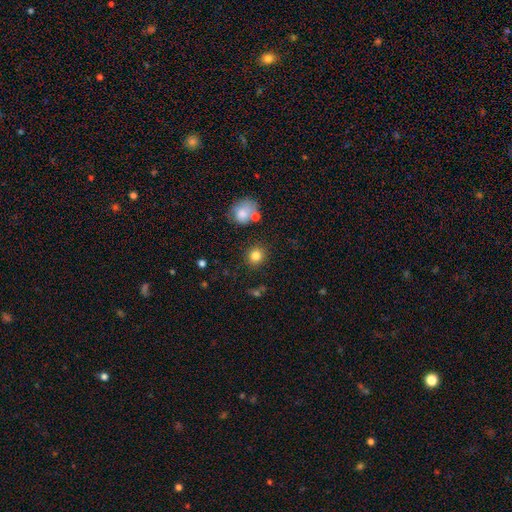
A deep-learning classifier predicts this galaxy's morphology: smooth-or-featured: smooth: 82% | star or artifact: 12% | featured or disk: 6%
  how-rounded: round: 85% | in between: 14% | cigar-shaped: 1%
  merging: none: 84% | minor disturbance: 9% | merger: 4% | major disturbance: 3%